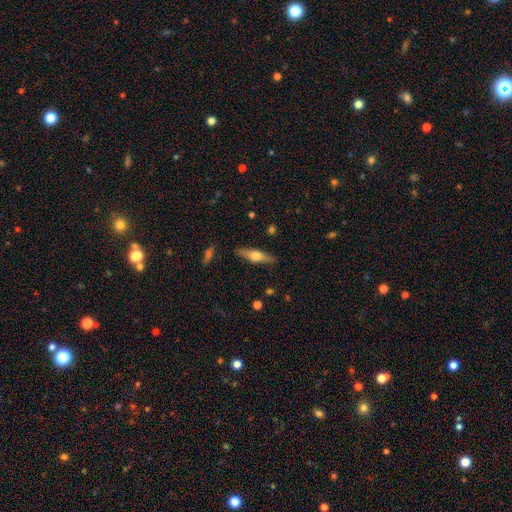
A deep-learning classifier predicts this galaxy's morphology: Overall: featured or disk (52%; smooth 42%). Edge-on disk: yes (93%). Merging: none (87%).